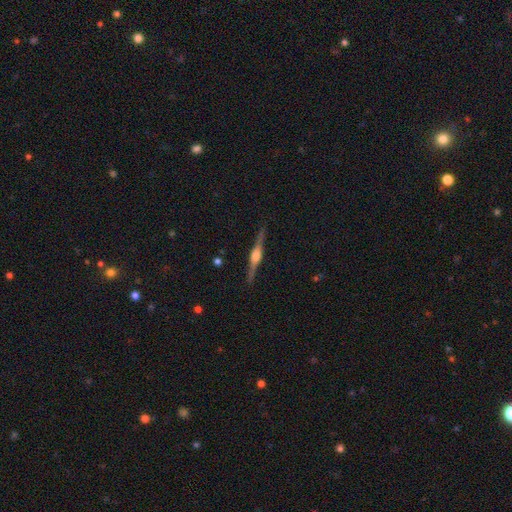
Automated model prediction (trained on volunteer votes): Overall: featured or disk (83%). Edge-on disk: yes (98%). Edge-on bulge: rounded (84%). Merging: none (90%).